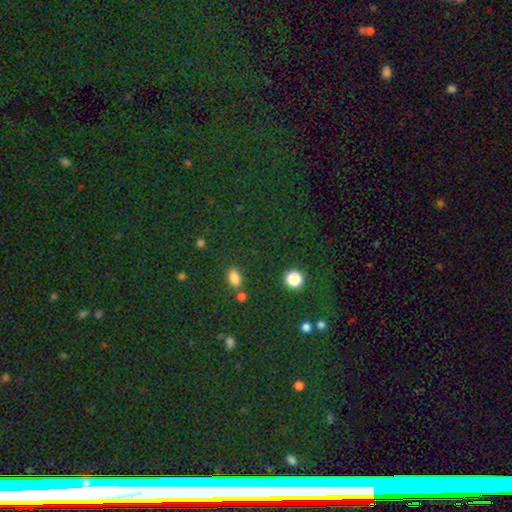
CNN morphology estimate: Smooth or featured? Predicted: star or artifact (p=0.71).